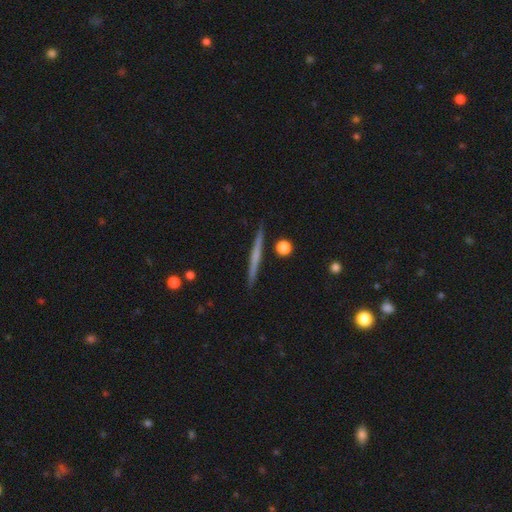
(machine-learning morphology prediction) Smooth or featured? Predicted: featured or disk (p=0.52). Edge-on disk? Predicted: yes (p=0.98). Edge-on bulge? Predicted: none (p=0.82). Merging? Predicted: none (p=0.92).